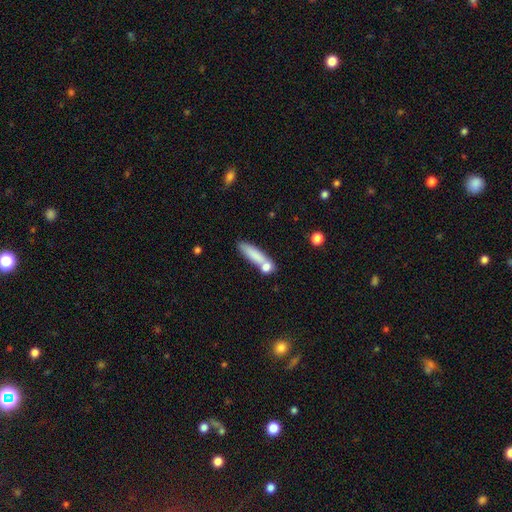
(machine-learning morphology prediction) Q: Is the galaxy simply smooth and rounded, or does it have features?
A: smooth — 79%.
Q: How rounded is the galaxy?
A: cigar-shaped — 69%.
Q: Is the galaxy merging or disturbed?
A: none — 56%.